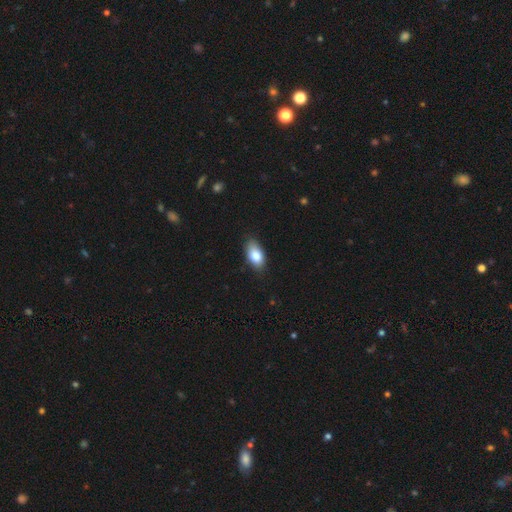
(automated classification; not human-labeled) Smooth or featured? smooth (82%)
How rounded? in between (91%)
Merging? none (80%)